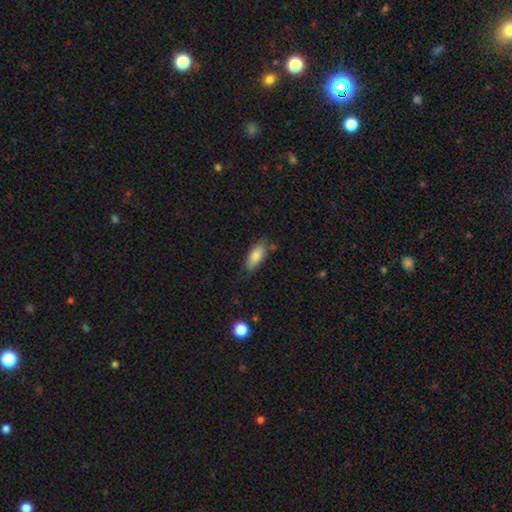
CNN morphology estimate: The model was most divided on "merging": none: 69%, minor disturbance: 23%, major disturbance: 5%, merger: 3%. More confident: how rounded — in between (82%); smooth or featured — smooth (80%).